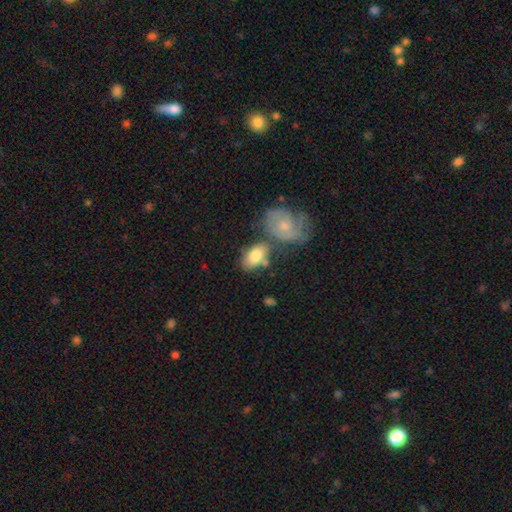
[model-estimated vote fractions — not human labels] smooth 73%, featured or disk 21%, star or artifact 6%. Down the decision tree: how rounded — in between (90%); merging — none (48%).